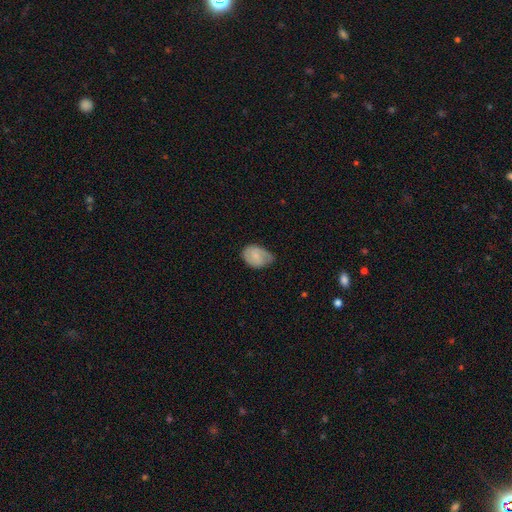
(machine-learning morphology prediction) A smooth galaxy with no disk features (52%) that is in between round and cigar-shaped (76%). Merging: none (48%).